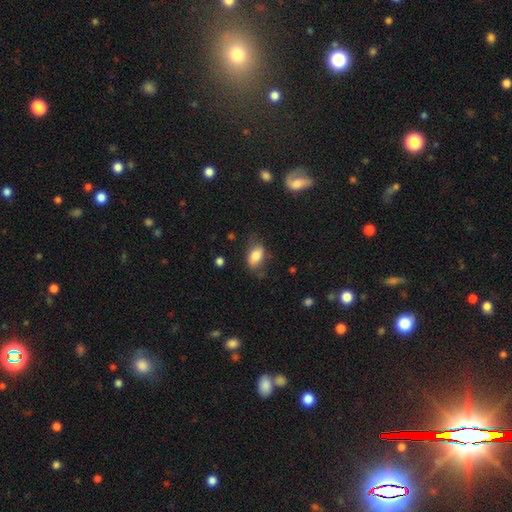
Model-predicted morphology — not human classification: This is clearly a smooth galaxy (81%). How rounded: clearly in between (89%). Merging: likely none (63%).